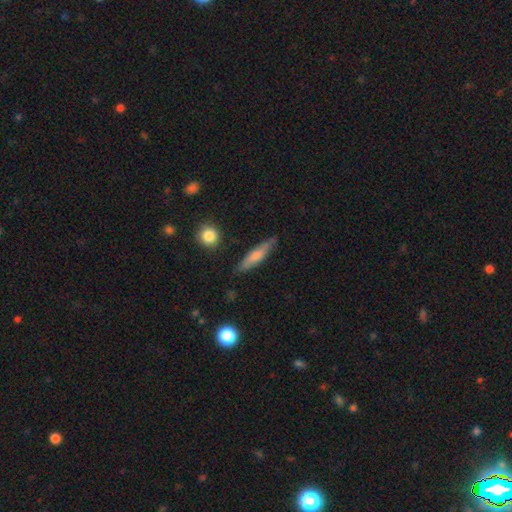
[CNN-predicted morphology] This is possibly a smooth galaxy (57%). How rounded: clearly cigar-shaped (82%). Merging: clearly none (83%).